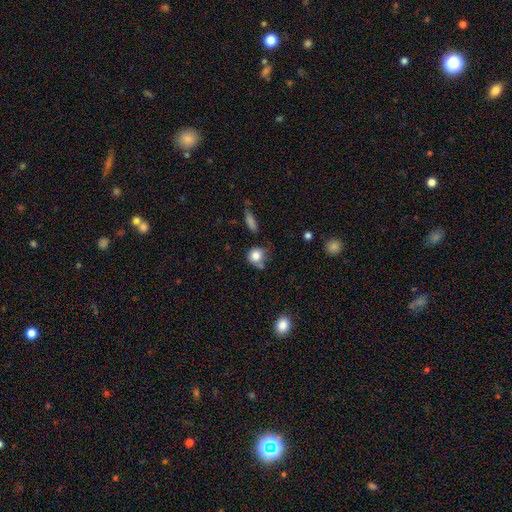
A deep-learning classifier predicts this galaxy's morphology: This appears to be a smooth galaxy with no disk features (81%) that is round (85%). Merging: none (60%).